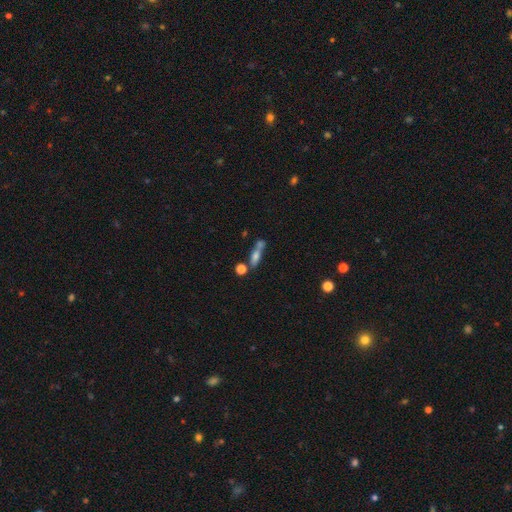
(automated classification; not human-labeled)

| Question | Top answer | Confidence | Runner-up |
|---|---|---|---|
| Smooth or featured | smooth | 51% | featured or disk (35%) |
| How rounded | cigar-shaped | 51% | in between (41%) |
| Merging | none | 48% | merger (32%) |